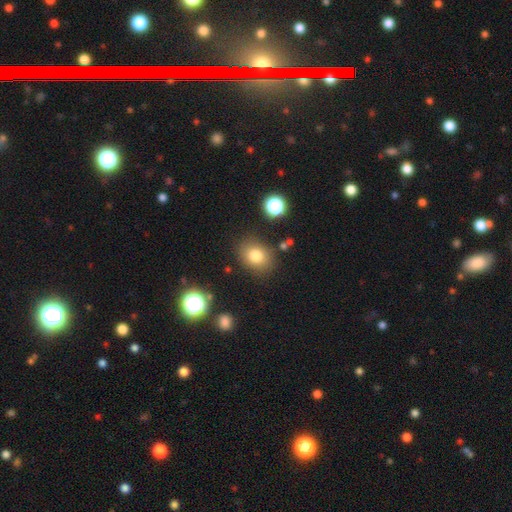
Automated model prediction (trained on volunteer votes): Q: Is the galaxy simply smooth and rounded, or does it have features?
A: smooth — 79%.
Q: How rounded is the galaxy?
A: round — 55%.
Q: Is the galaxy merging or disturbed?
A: none — 81%.